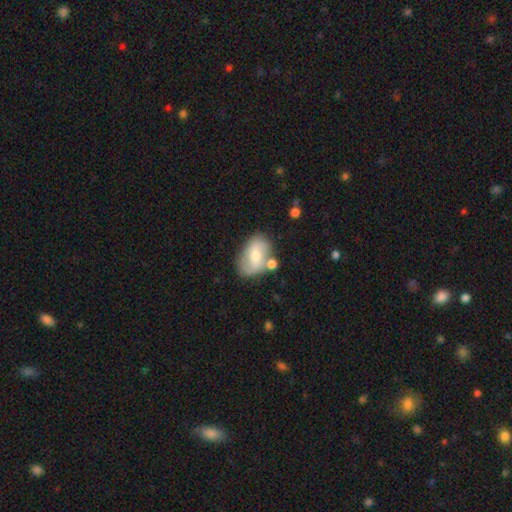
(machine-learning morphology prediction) This is possibly a featured or disk galaxy (53%). It is clearly not viewed edge-on (95%). Bar: marginally no (42%). Spiral arm pattern: likely yes (68%). Central bulge: possibly moderate (53%). Merging: likely none (62%).